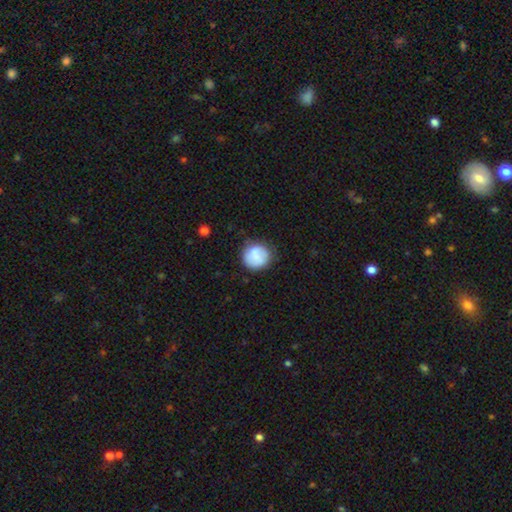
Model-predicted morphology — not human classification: Smooth or featured? Predicted: smooth (p=0.76). How rounded? Predicted: round (p=0.87). Merging? Predicted: none (p=0.68).